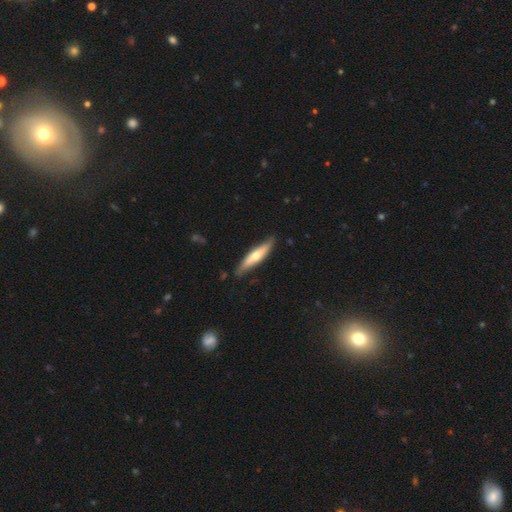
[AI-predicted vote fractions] Q: Smooth or featured?
A: smooth (52%); runner-up: featured or disk (43%)
Q: How rounded?
A: cigar-shaped (83%); runner-up: in between (16%)
Q: Merging?
A: none (83%); runner-up: minor disturbance (14%)